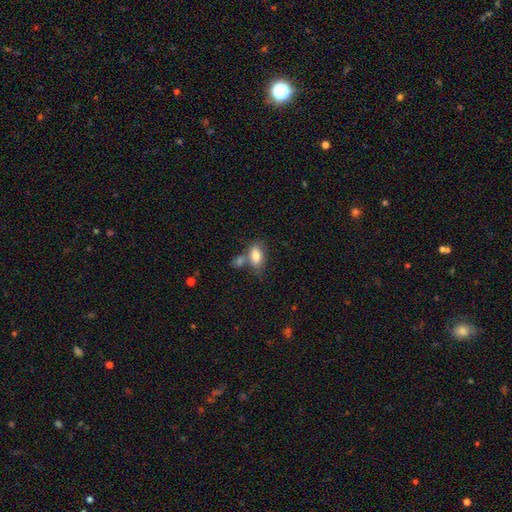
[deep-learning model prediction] smooth_or_featured: smooth (p=0.81) [alt: featured or disk p=0.12]
how_rounded: in between (p=0.88) [alt: round p=0.07]
merging: none (p=0.46) [alt: merger p=0.31]